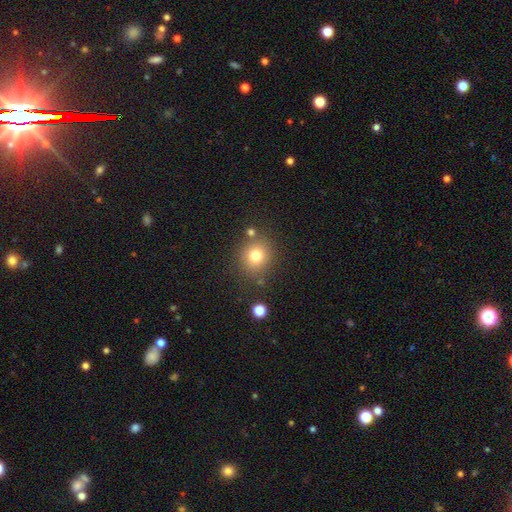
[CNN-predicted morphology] Smooth or featured: smooth — 78% (star or artifact — 13%)
How rounded: round — 86% (in between — 13%)
Merging: none — 79% (minor disturbance — 10%)